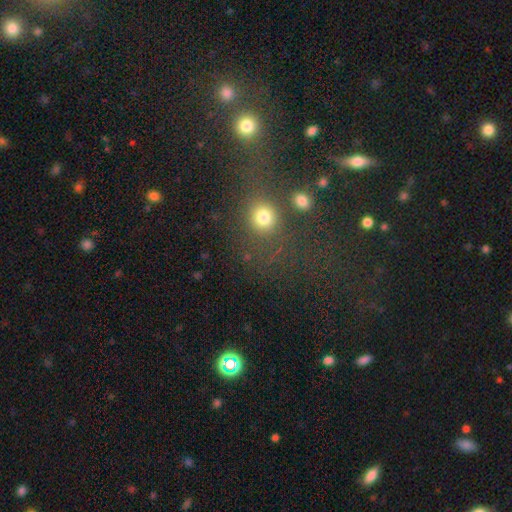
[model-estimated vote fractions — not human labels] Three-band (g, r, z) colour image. It shows a smooth galaxy with no disk features (48%). Merging: merger (40%).